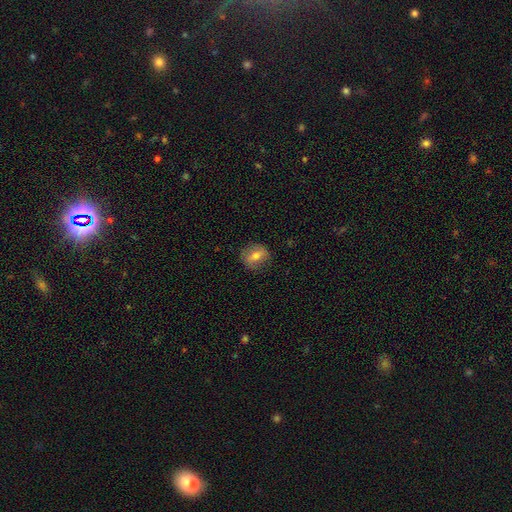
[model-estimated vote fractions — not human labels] Overall: smooth (59%; featured or disk 32%). How rounded: round (61%; in between 37%). Merging: none (83%).